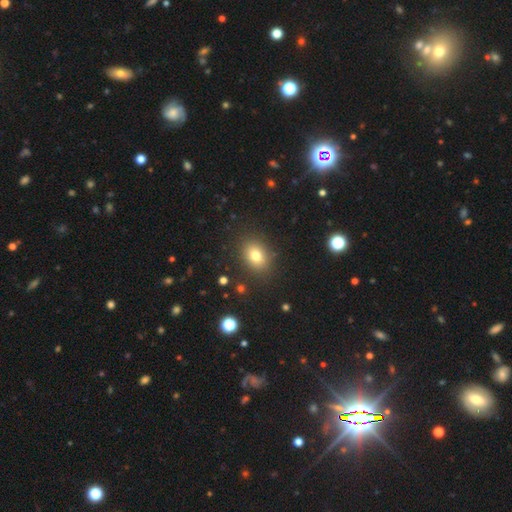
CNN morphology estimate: Q: Smooth or featured?
A: smooth (78%); runner-up: star or artifact (13%)
Q: How rounded?
A: in between (59%); runner-up: round (40%)
Q: Merging?
A: none (86%); runner-up: minor disturbance (9%)